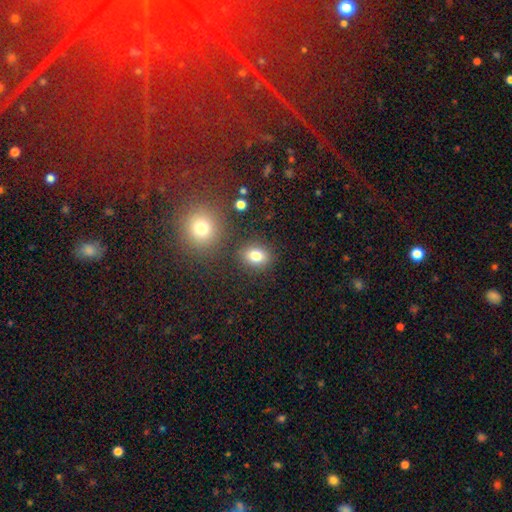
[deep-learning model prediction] Overall: smooth (80%). How rounded: in between (51%; round 48%). Merging: none (81%).